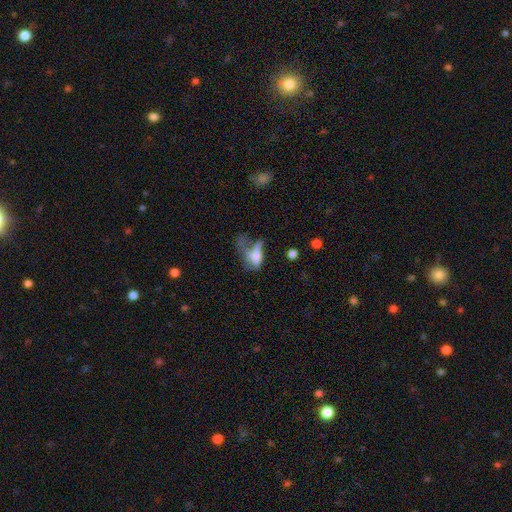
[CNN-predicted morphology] Smooth or featured? smooth (54%)
How rounded? in between (71%)
Merging? major disturbance (48%)